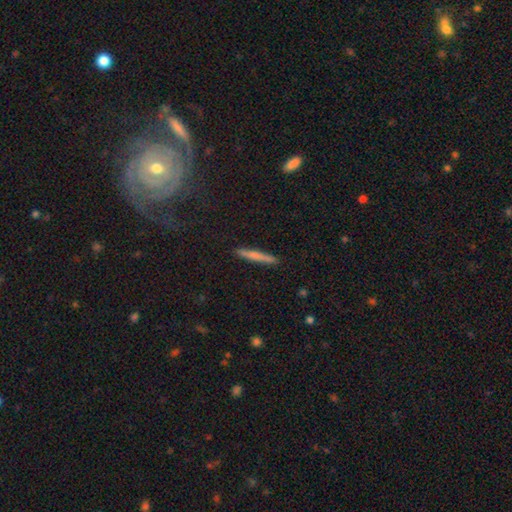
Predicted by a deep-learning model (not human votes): Smooth or featured?
  - smooth: 61% *
  - featured or disk: 31%
  - star or artifact: 7%
How rounded?
  - cigar-shaped: 95% *
  - in between: 3%
  - round: 2%
Merging?
  - none: 90% *
  - minor disturbance: 7%
  - major disturbance: 1%
  - merger: 1%